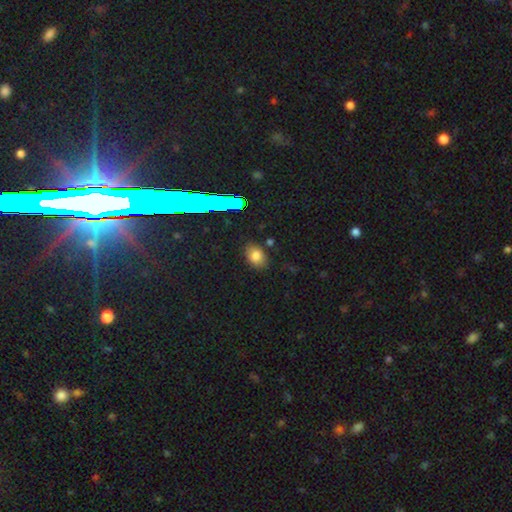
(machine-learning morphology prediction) smooth 77%, star or artifact 15%, featured or disk 8%. Down the decision tree: how rounded — in between (72%); merging — none (79%).